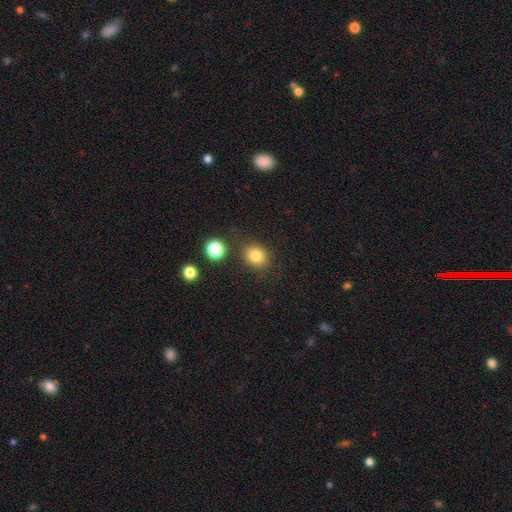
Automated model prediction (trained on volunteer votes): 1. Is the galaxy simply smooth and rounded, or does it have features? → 80% smooth, 13% star or artifact, 7% featured or disk.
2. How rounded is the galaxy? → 67% round, 32% in between, 1% cigar-shaped.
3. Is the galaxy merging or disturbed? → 82% none, 10% minor disturbance, 4% merger, 3% major disturbance.